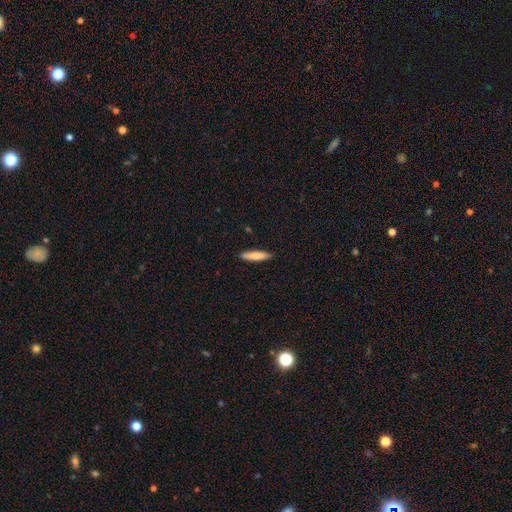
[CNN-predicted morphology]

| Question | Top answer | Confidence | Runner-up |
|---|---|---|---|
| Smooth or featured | smooth | 81% | featured or disk (14%) |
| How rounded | cigar-shaped | 82% | in between (16%) |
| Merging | none | 90% | minor disturbance (7%) |